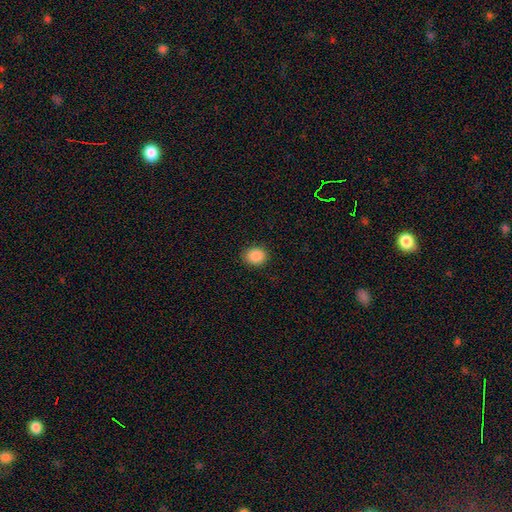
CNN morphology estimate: type=smooth (88%); roundness=round (66%); merging=none (90%).